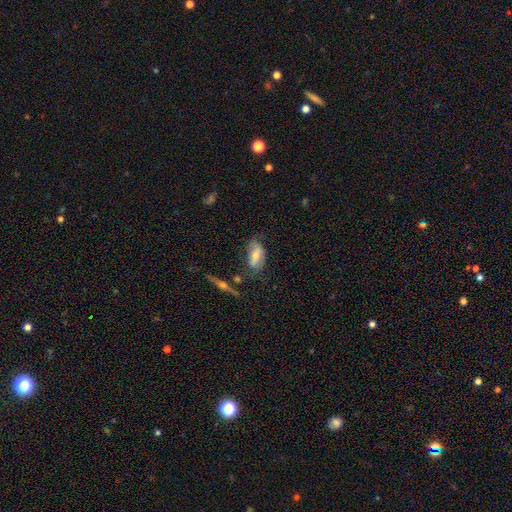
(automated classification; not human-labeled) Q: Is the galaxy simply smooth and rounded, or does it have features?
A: smooth — 55%.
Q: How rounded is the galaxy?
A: in between — 85%.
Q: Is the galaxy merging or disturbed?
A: none — 54%.